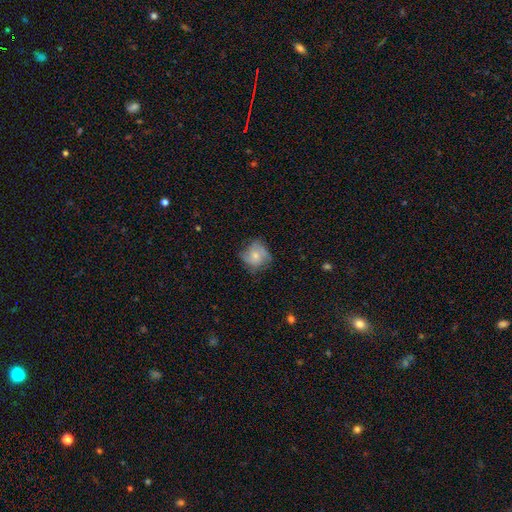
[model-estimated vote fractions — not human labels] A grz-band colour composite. It shows a smooth galaxy with no disk features (50%) that is round (77%). Merging: none (60%).